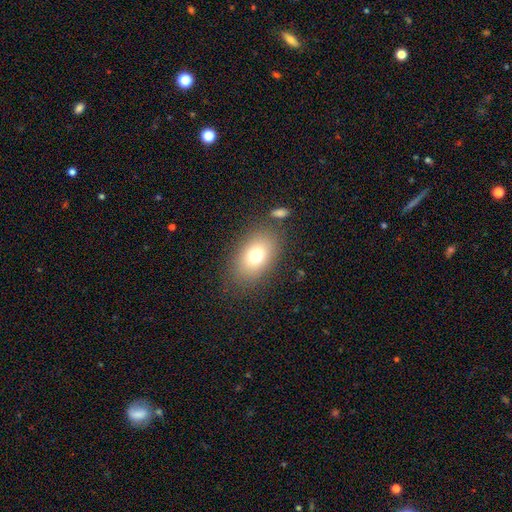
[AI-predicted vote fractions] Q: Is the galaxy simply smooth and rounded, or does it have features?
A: smooth — 74%.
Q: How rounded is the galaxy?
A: in between — 81%.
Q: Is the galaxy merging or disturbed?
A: none — 79%.